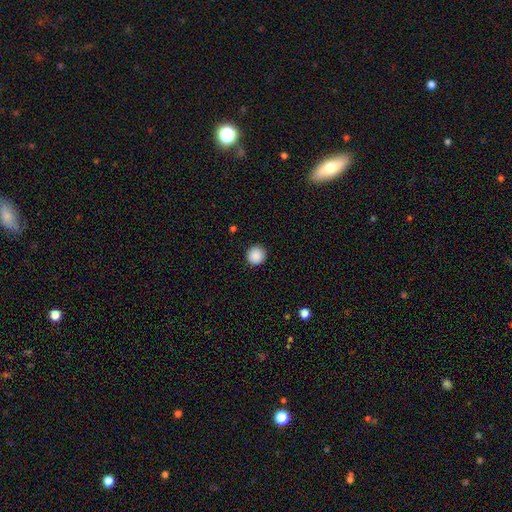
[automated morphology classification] Smooth or featured? smooth (89%)
How rounded? round (95%)
Merging? none (92%)